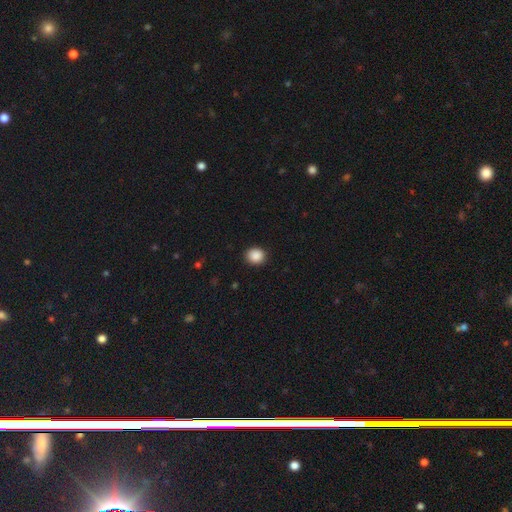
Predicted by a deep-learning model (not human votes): Smooth or featured? smooth (89%)
How rounded? round (79%)
Merging? none (90%)